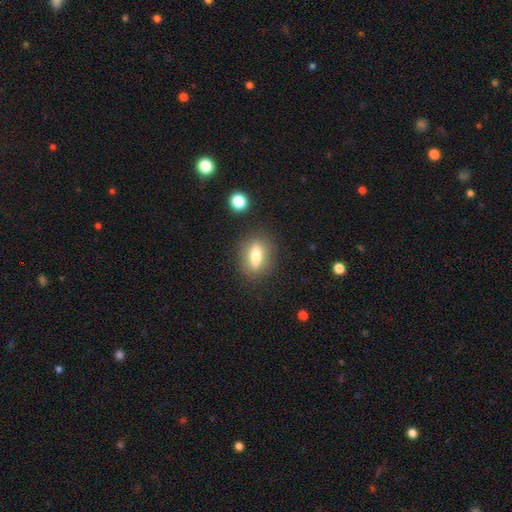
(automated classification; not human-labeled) This is likely a smooth galaxy (65%). How rounded: likely in between (64%). Merging: clearly none (84%).